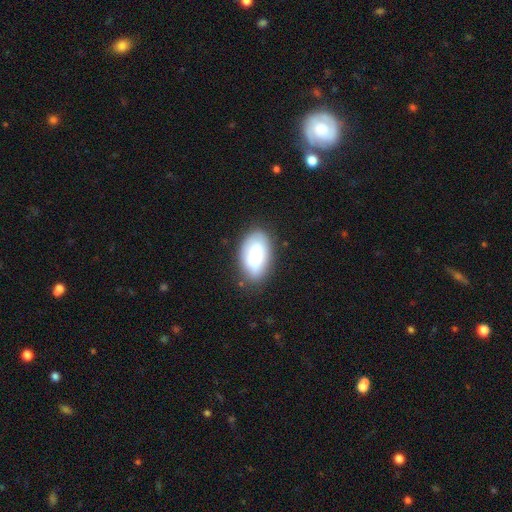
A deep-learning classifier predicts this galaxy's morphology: Smooth or featured? smooth (66%)
How rounded? in between (93%)
Merging? none (76%)